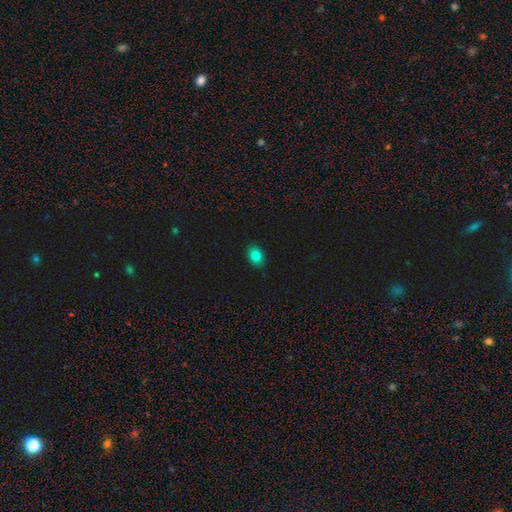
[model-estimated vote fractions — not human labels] Smooth or featured? smooth (83%)
How rounded? in between (73%)
Merging? none (89%)